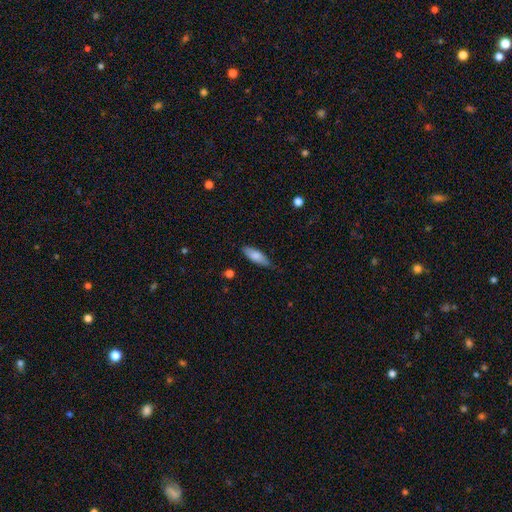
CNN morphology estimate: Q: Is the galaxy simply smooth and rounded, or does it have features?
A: smooth — 78%.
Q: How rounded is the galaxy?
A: in between — 63%.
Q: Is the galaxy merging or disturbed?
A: none — 76%.